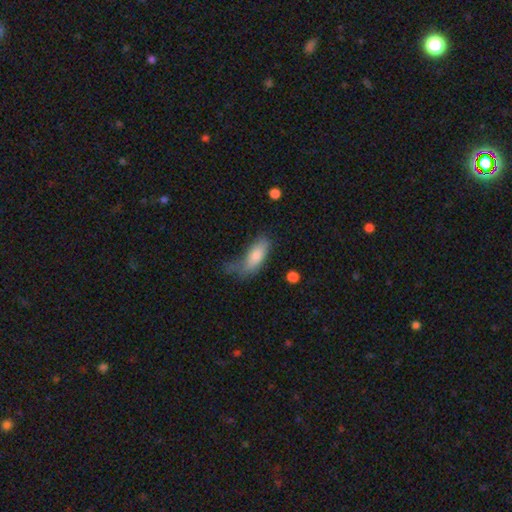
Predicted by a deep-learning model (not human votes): Morphology: type=smooth (78%); roundness=in between (73%); merging=none (36%).